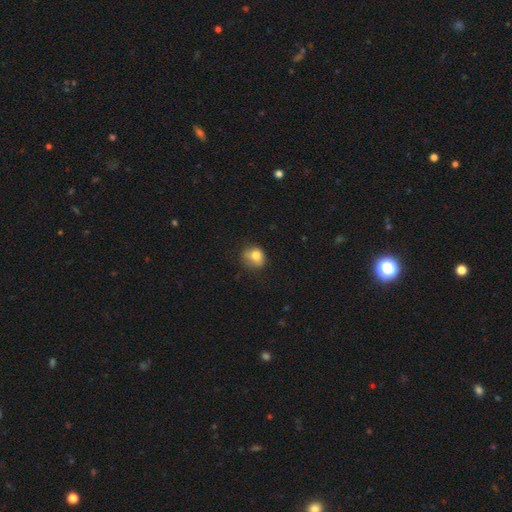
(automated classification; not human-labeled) smooth-or-featured: smooth: 78% | featured or disk: 12% | star or artifact: 10%
  how-rounded: round: 64% | in between: 35% | cigar-shaped: 1%
  merging: none: 56% | minor disturbance: 31% | major disturbance: 10% | merger: 3%